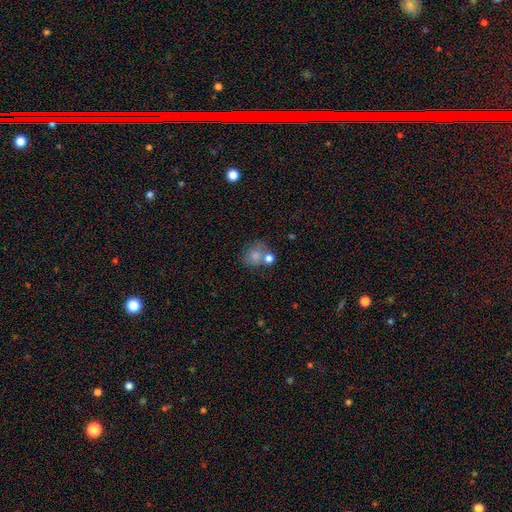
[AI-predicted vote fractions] Smooth or featured?
  - smooth: 75% *
  - featured or disk: 14%
  - star or artifact: 11%
How rounded?
  - round: 66% *
  - in between: 33%
  - cigar-shaped: 1%
Merging?
  - none: 44% *
  - merger: 32%
  - minor disturbance: 15%
  - major disturbance: 8%